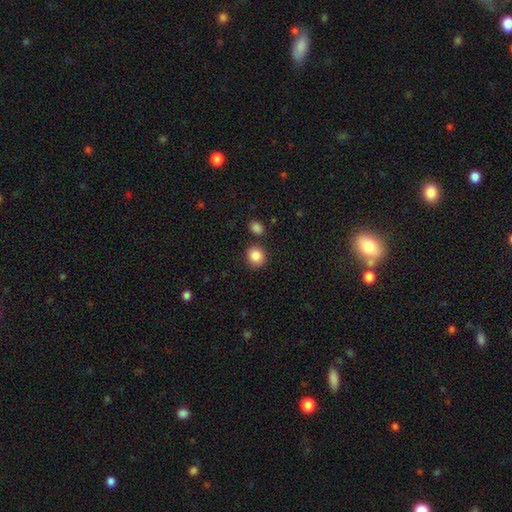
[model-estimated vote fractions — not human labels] This is clearly a smooth galaxy (87%). How rounded: likely round (77%). Merging: clearly none (81%).